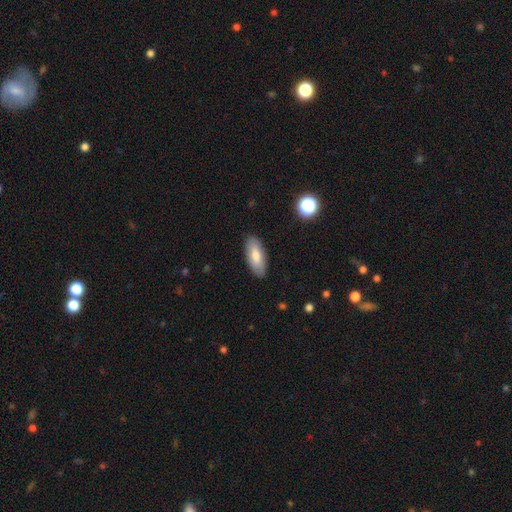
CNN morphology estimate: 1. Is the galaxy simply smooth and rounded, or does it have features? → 75% smooth, 19% featured or disk, 6% star or artifact.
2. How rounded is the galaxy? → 85% in between, 13% cigar-shaped, 2% round.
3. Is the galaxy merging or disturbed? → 88% none, 9% minor disturbance, 2% major disturbance, 1% merger.